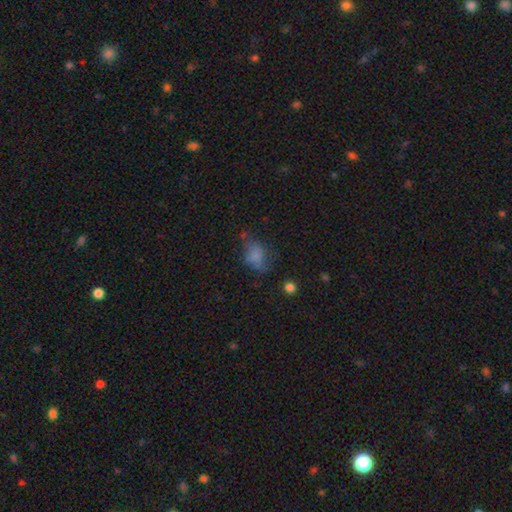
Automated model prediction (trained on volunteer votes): smooth_or_featured: smooth (p=0.68) [alt: featured or disk p=0.17]
how_rounded: in between (p=0.79) [alt: round p=0.19]
merging: none (p=0.41) [alt: minor disturbance p=0.31]